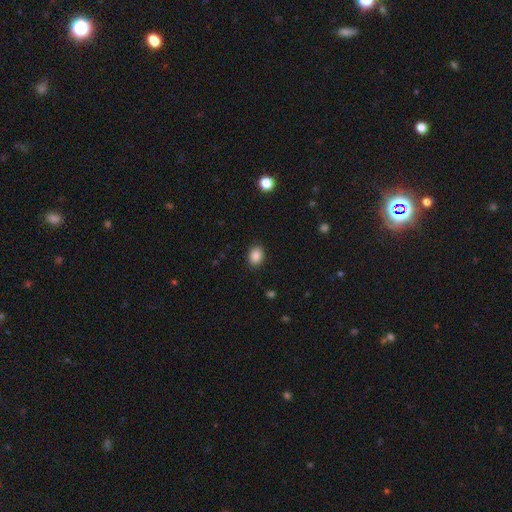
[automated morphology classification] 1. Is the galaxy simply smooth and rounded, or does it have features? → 87% smooth, 9% star or artifact, 4% featured or disk.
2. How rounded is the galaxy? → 60% in between, 39% round, 1% cigar-shaped.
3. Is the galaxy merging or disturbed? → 89% none, 8% minor disturbance, 2% major disturbance, 1% merger.